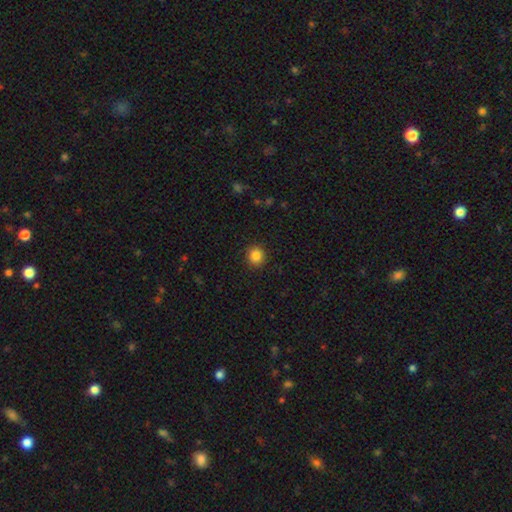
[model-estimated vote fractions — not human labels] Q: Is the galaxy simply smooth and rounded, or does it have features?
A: smooth — 85%.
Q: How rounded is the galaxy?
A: round — 88%.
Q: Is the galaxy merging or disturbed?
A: none — 90%.